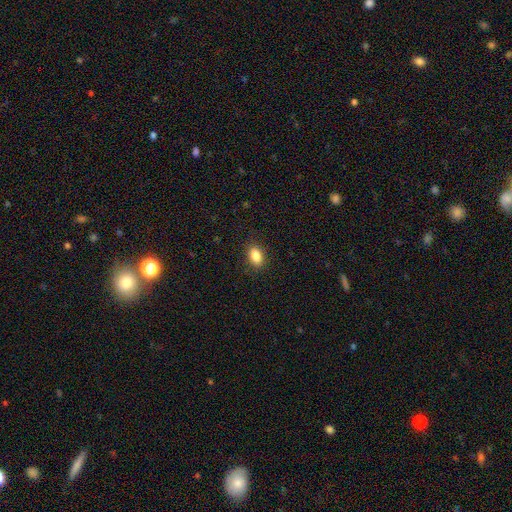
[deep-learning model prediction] smooth 87%, star or artifact 8%, featured or disk 5%. Down the decision tree: how rounded — in between (89%); merging — none (88%).